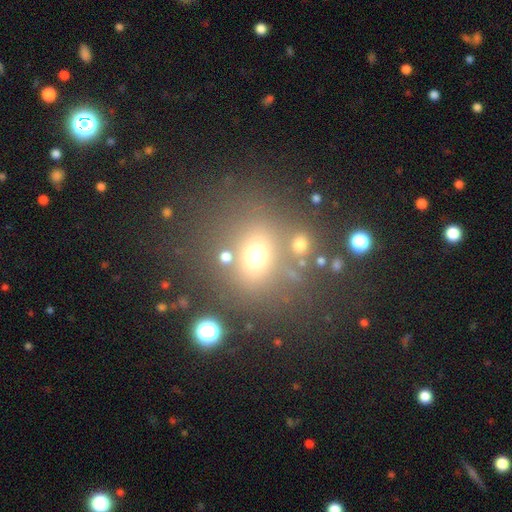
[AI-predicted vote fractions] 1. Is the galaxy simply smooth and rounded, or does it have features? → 65% smooth, 22% star or artifact, 13% featured or disk.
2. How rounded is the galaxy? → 67% round, 31% in between, 1% cigar-shaped.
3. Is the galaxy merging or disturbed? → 68% none, 13% merger, 12% minor disturbance, 7% major disturbance.